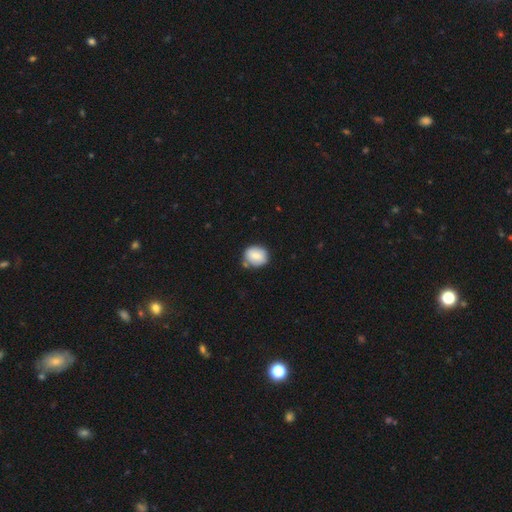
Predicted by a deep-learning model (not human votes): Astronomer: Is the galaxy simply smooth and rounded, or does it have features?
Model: smooth — 79%.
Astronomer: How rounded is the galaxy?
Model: round — 71%.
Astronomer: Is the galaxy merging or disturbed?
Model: none — 73%.